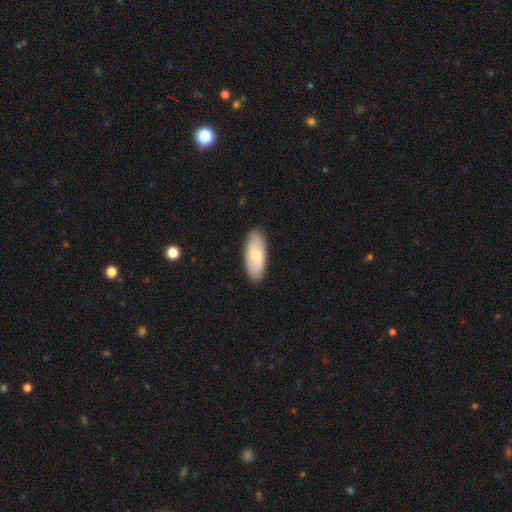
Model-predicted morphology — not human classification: Q: Smooth or featured?
A: smooth (69%); runner-up: featured or disk (26%)
Q: How rounded?
A: in between (81%); runner-up: cigar-shaped (16%)
Q: Merging?
A: none (87%); runner-up: minor disturbance (10%)